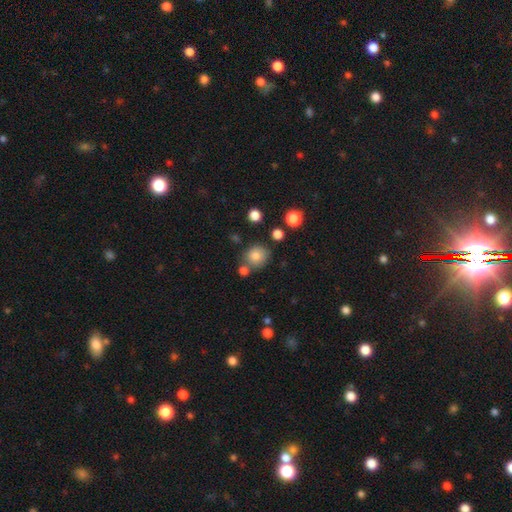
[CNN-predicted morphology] A smooth galaxy with no disk features (80%) that is round (80%).

Vote fractions:
- Smooth or featured? smooth: 80% / star or artifact: 12% / featured or disk: 8%
- How rounded? round: 80% / in between: 19% / cigar-shaped: 1%
- Merging? none: 70% / merger: 15% / minor disturbance: 12% / major disturbance: 3%